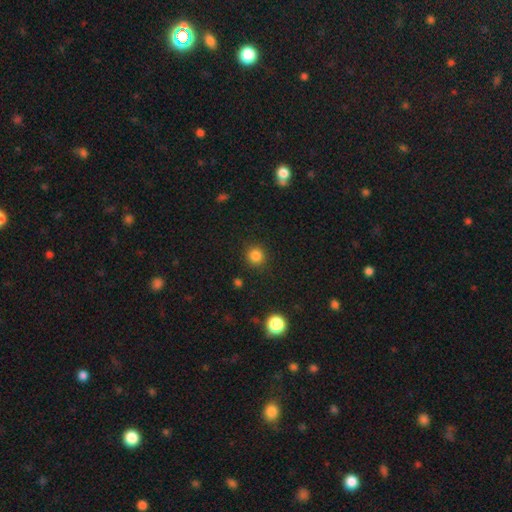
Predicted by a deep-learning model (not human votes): smooth 83%, star or artifact 13%, featured or disk 4%. Down the decision tree: how rounded — round (93%); merging — none (90%).